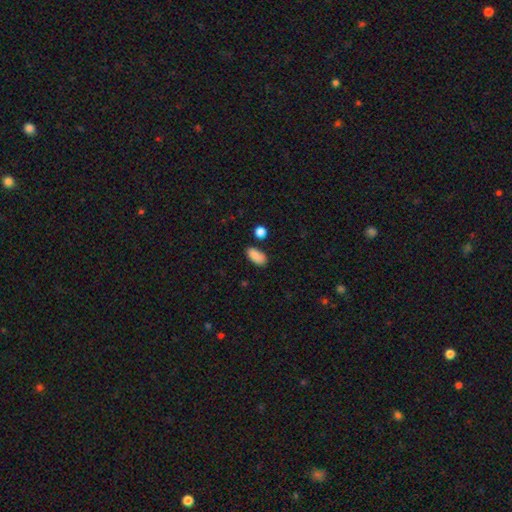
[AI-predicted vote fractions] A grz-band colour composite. It shows a smooth galaxy with no disk features (87%) that is in between round and cigar-shaped (89%). Merging: none (73%).